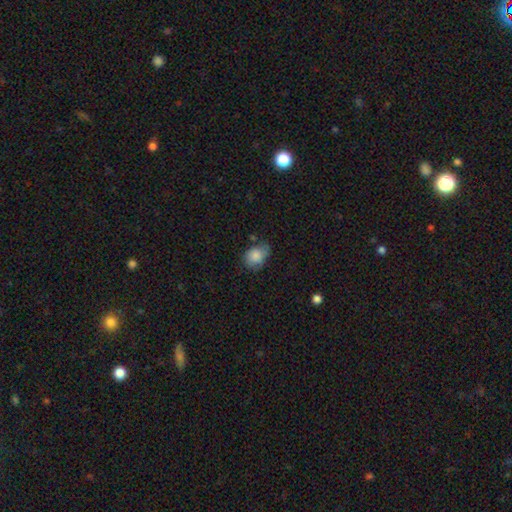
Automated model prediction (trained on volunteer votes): The model was most divided on "merging": none: 50%, minor disturbance: 36%, major disturbance: 10%, merger: 4%. More confident: smooth or featured — smooth (83%); how rounded — in between (63%).